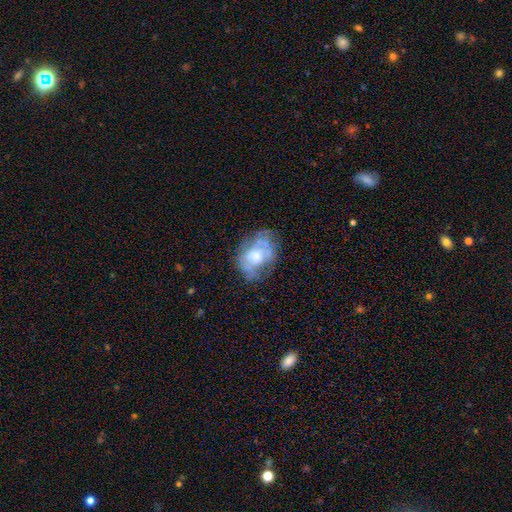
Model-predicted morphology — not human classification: This appears to be a featured or disk galaxy (59%) with no bar (74%), no spiral arms (52%) and a moderate central bulge (53%). Merging: none (53%).